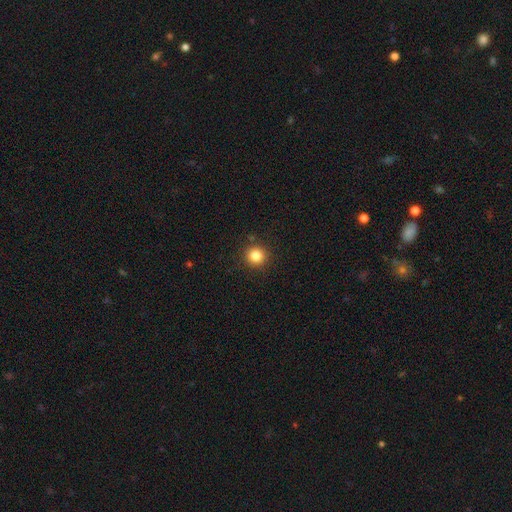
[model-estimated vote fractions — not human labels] Smooth or featured? Predicted: smooth (p=0.84). How rounded? Predicted: round (p=0.94). Merging? Predicted: none (p=0.90).